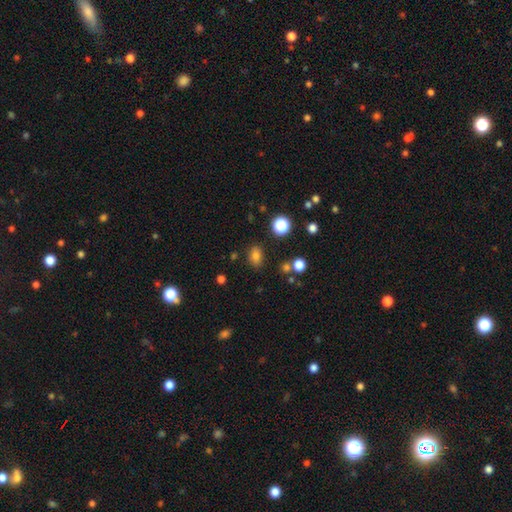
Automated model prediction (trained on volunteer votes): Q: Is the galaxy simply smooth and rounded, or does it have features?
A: smooth — 78%.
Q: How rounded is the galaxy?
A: in between — 70%.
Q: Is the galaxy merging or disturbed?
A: none — 82%.